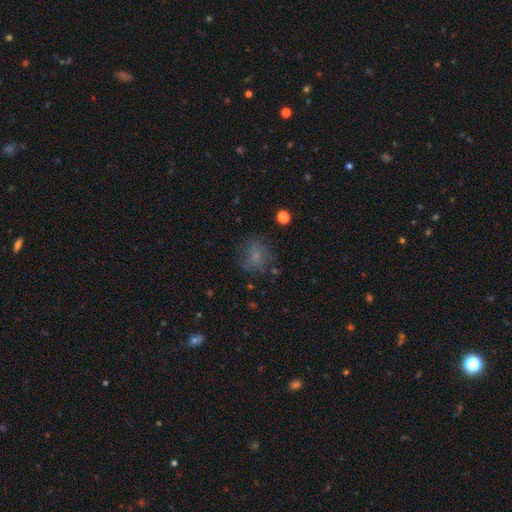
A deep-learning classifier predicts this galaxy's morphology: smooth-or-featured: smooth: 66% | featured or disk: 19% | star or artifact: 16%
  how-rounded: round: 70% | in between: 28% | cigar-shaped: 1%
  merging: none: 70% | minor disturbance: 17% | major disturbance: 11% | merger: 2%